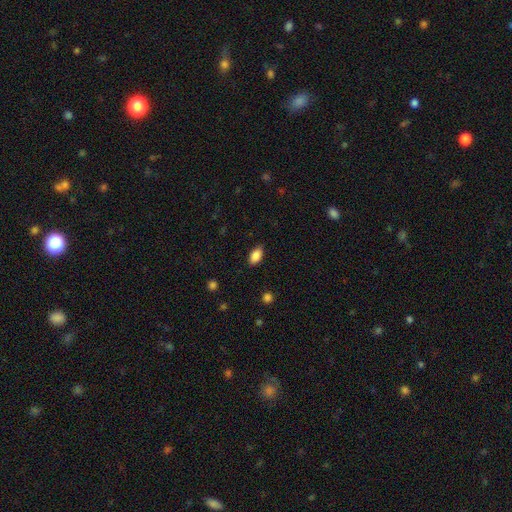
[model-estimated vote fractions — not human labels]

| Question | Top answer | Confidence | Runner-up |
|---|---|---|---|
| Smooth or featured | smooth | 88% | star or artifact (8%) |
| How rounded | in between | 92% | round (5%) |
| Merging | none | 86% | minor disturbance (11%) |